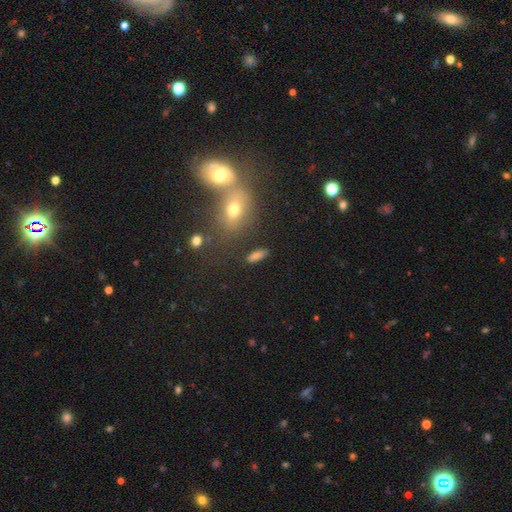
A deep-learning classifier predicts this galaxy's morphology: This is likely a smooth galaxy (70%). How rounded: possibly in between (56%). Merging: likely none (74%).